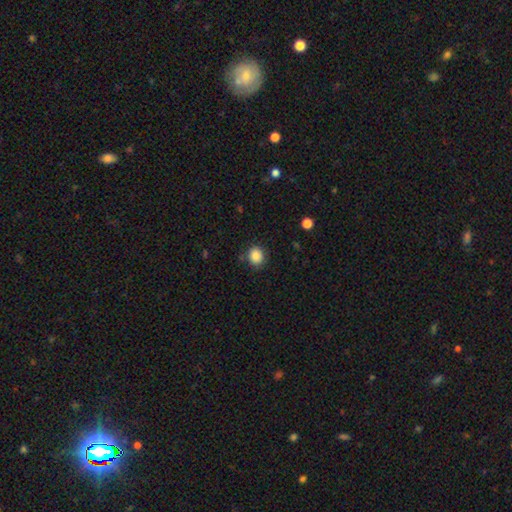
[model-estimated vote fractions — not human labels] Smooth or featured? smooth (87%)
How rounded? round (72%)
Merging? none (84%)